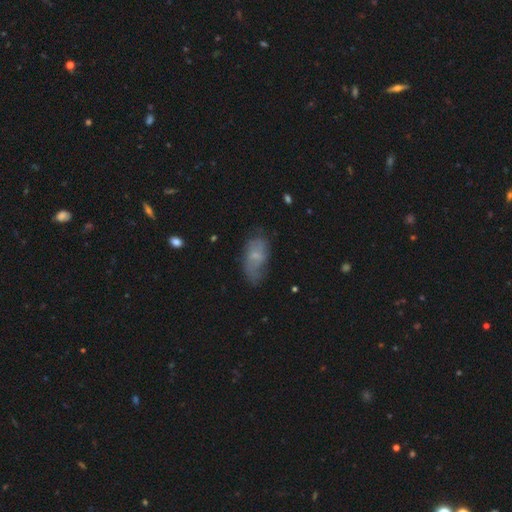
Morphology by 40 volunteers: smooth_or_featured: smooth (p=0.57) [alt: featured or disk p=0.33]
how_rounded: in between (p=0.78) [alt: cigar-shaped p=0.17]
merging: none (p=0.61) [alt: minor disturbance p=0.22]